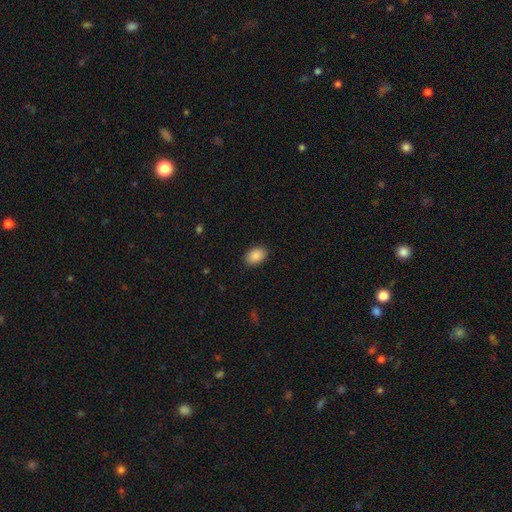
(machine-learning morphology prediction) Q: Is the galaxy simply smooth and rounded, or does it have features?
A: smooth — 88%.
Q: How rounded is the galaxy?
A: in between — 87%.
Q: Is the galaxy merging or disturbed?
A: none — 89%.